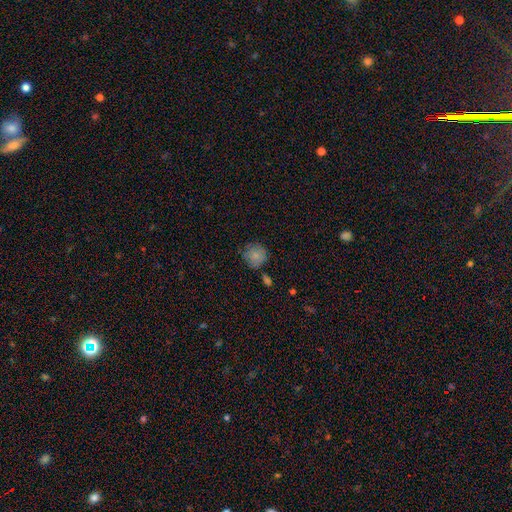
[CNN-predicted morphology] Q: Smooth or featured?
A: smooth (80%); runner-up: featured or disk (11%)
Q: How rounded?
A: round (88%); runner-up: in between (11%)
Q: Merging?
A: none (67%); runner-up: minor disturbance (22%)